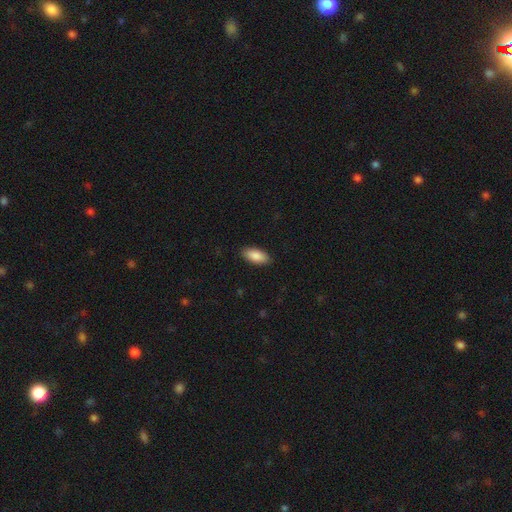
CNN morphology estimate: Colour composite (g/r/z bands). It shows a smooth galaxy with no disk features (88%) that is in between round and cigar-shaped (87%). Merging: none (89%).